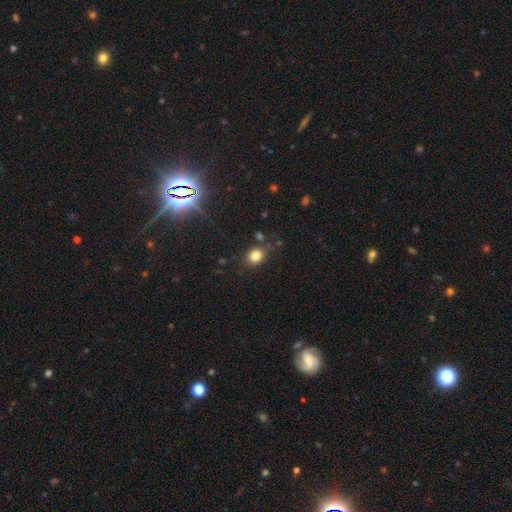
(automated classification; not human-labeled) This appears to be a smooth galaxy with no disk features (81%) that is round (58%). Merging: none (79%).